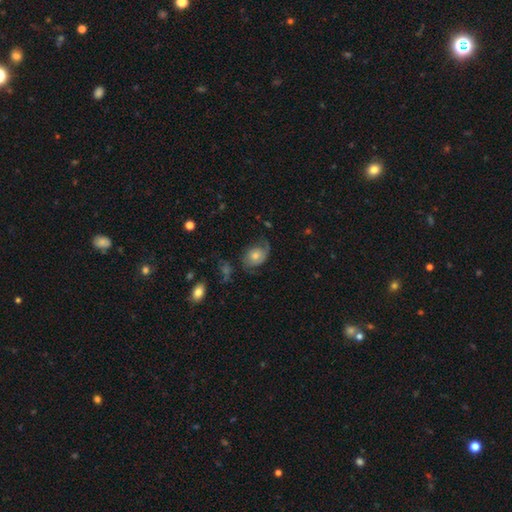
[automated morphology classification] A featured or disk galaxy (53%) with no bar (79%), spiral arms (82%) and a moderate central bulge (54%).

Vote fractions:
- Smooth or featured? featured or disk: 53% / smooth: 38% / star or artifact: 9%
- Edge-on disk? no: 96% / yes: 4%
- Bar? no: 79% / weak: 18% / strong: 3%
- Spiral arms? yes: 82% / no: 18%
- Bulge size? moderate: 54% / small: 32% / large: 9% / none: 3% / dominant: 2%
- Merging? none: 50% / minor disturbance: 26% / major disturbance: 22% / merger: 2%